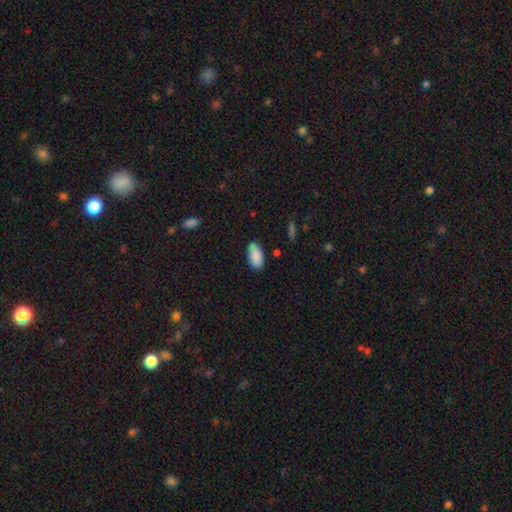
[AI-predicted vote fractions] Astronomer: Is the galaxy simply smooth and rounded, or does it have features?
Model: smooth — 89%.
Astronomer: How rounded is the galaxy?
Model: in between — 92%.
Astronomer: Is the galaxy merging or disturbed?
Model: none — 82%.